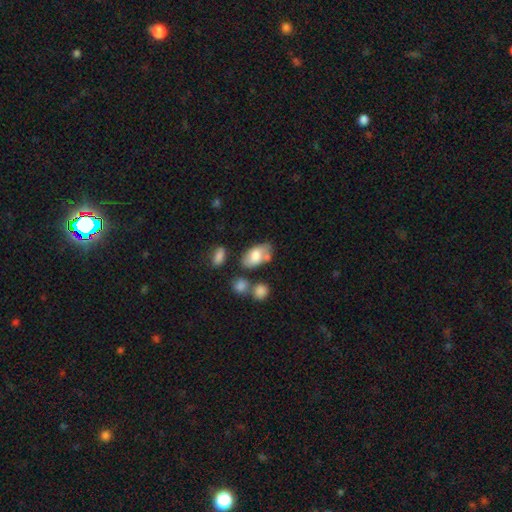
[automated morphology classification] Smooth or featured? smooth (70%)
How rounded? in between (93%)
Merging? none (53%)